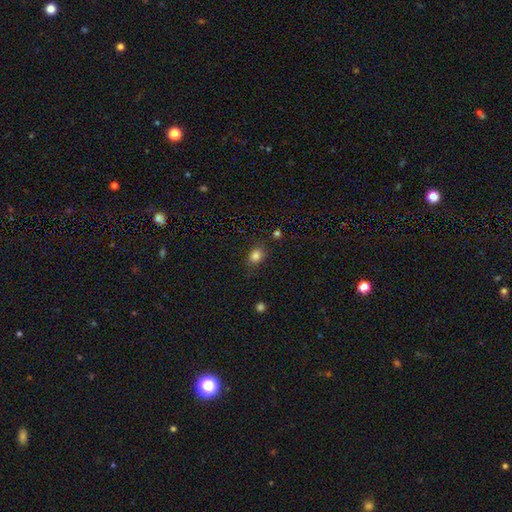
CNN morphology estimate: A smooth galaxy with no disk features (83%) that is in between round and cigar-shaped (60%). Merging: none (82%).